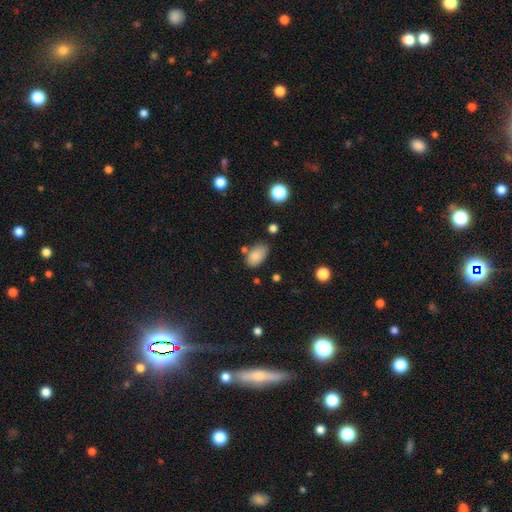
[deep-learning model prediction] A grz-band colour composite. It shows a smooth galaxy with no disk features (84%) that is in between round and cigar-shaped (92%). Merging: none (70%).